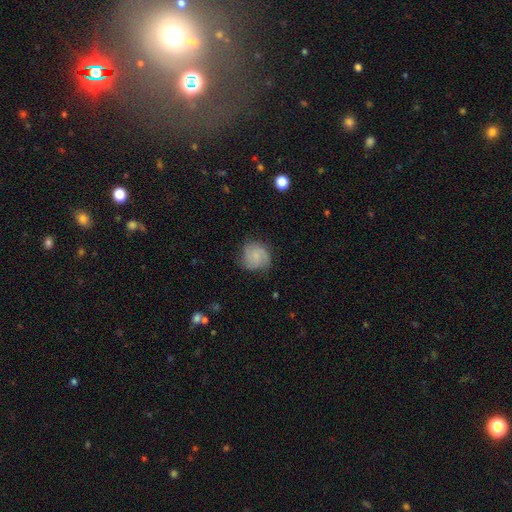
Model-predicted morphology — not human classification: This appears to be a smooth galaxy with no disk features (48%). Merging: none (67%).